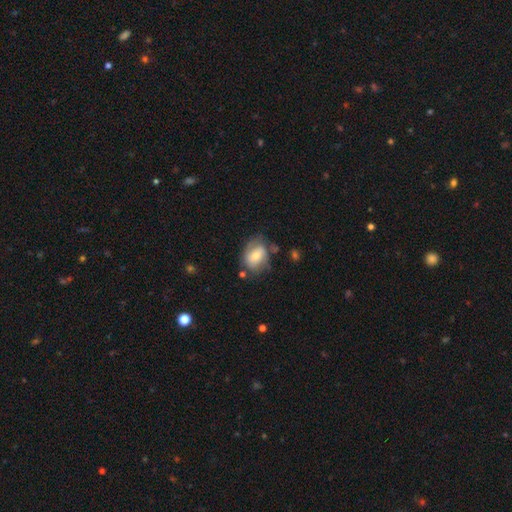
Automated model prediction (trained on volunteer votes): Smooth or featured?
  - smooth: 57% *
  - featured or disk: 36%
  - star or artifact: 7%
How rounded?
  - in between: 67% *
  - round: 32%
  - cigar-shaped: 1%
Merging?
  - none: 54% *
  - minor disturbance: 27%
  - major disturbance: 13%
  - merger: 6%